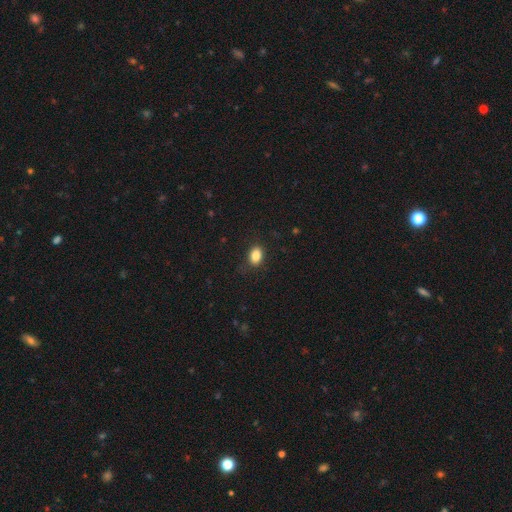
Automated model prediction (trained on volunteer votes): This appears to be a smooth galaxy with no disk features (86%) that is in between round and cigar-shaped (77%). Merging: none (83%).